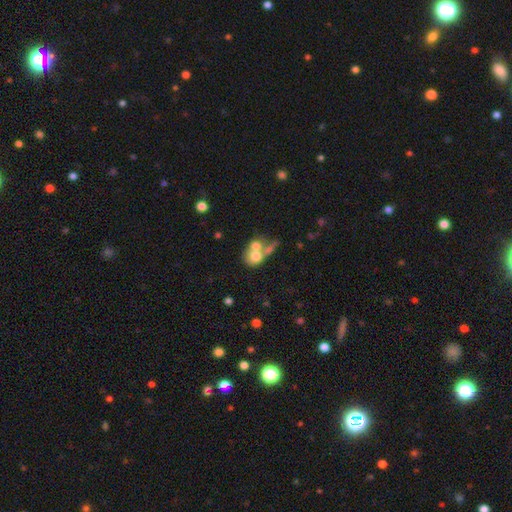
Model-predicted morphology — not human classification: A smooth galaxy with no disk features (64%) that is round (56%). Merging: merger (68%).